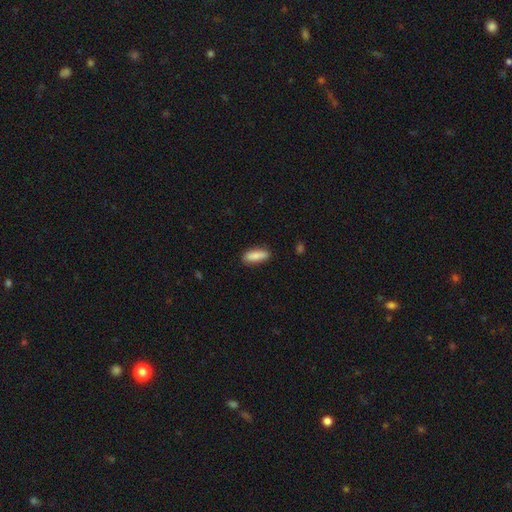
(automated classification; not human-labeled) Smooth or featured?
  - smooth: 84% *
  - featured or disk: 10%
  - star or artifact: 6%
How rounded?
  - in between: 63% *
  - cigar-shaped: 35%
  - round: 2%
Merging?
  - none: 86% *
  - minor disturbance: 11%
  - major disturbance: 2%
  - merger: 1%